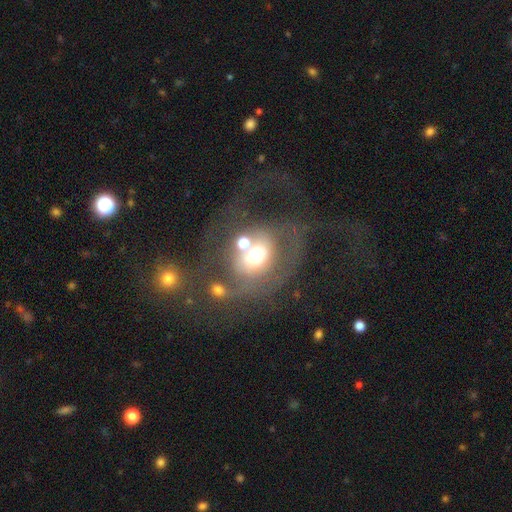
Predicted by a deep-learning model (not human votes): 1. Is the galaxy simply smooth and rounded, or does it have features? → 43% smooth, 42% featured or disk, 14% star or artifact.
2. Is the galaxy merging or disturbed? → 30% none, 28% major disturbance, 28% merger, 14% minor disturbance.